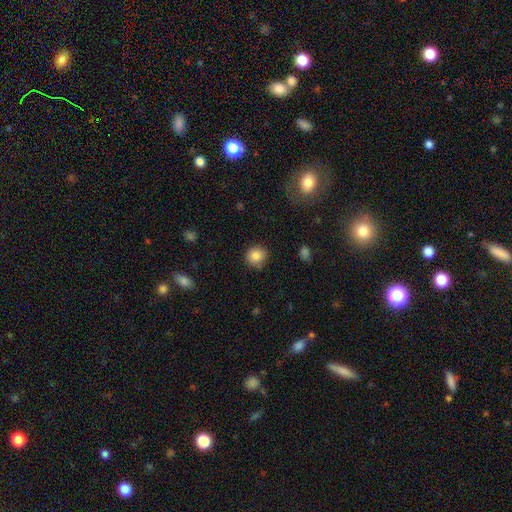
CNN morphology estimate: This is clearly a smooth galaxy (85%). How rounded: clearly round (85%). Merging: clearly none (82%).